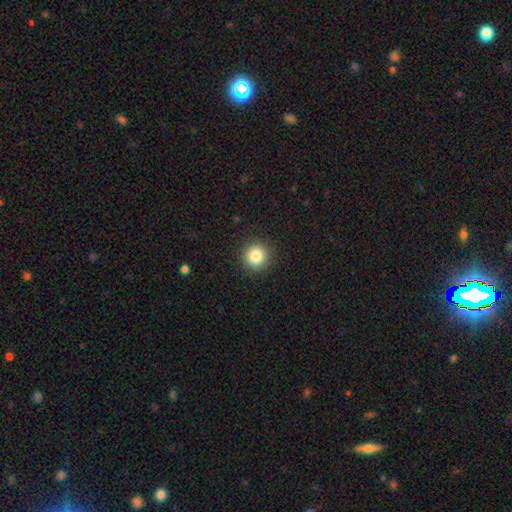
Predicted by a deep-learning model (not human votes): Smooth or featured: smooth — 84% (star or artifact — 10%)
How rounded: round — 95% (in between — 4%)
Merging: none — 92% (minor disturbance — 5%)